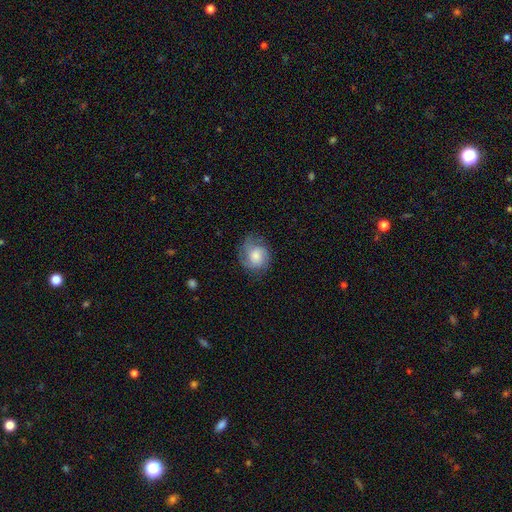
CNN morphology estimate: type=featured or disk (53%); edge-on=no (97%); bar=no (71%); spiral arms=yes (90%); bulge=moderate (46%); merging=none (65%).